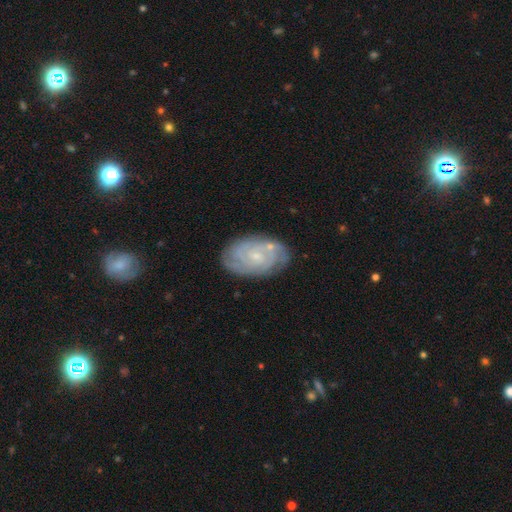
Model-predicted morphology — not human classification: Smooth or featured? Predicted: featured or disk (p=0.80). Edge-on disk? Predicted: no (p=0.96). Bar? Predicted: no (p=0.67). Spiral arms? Predicted: yes (p=0.95). Spiral winding? Predicted: tight (p=0.72). Spiral arm count? Predicted: can't tell (p=0.31). Bulge size? Predicted: small (p=0.78). Merging? Predicted: none (p=0.78).